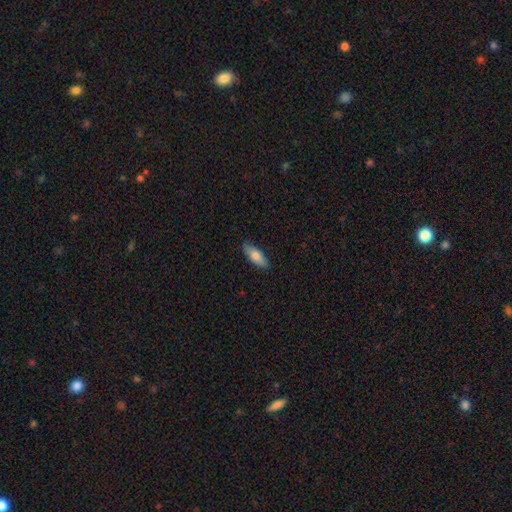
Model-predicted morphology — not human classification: A smooth galaxy with no disk features (76%) that is in between round and cigar-shaped (67%). Merging: none (87%).